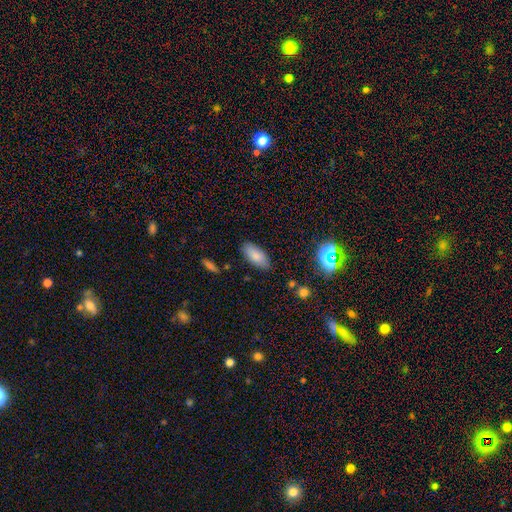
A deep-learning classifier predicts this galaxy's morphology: A smooth galaxy with no disk features (83%) that is in between round and cigar-shaped (87%).

Vote fractions:
- Smooth or featured? smooth: 83% / featured or disk: 9% / star or artifact: 8%
- How rounded? in between: 87% / cigar-shaped: 11% / round: 2%
- Merging? none: 86% / minor disturbance: 10% / major disturbance: 2% / merger: 2%